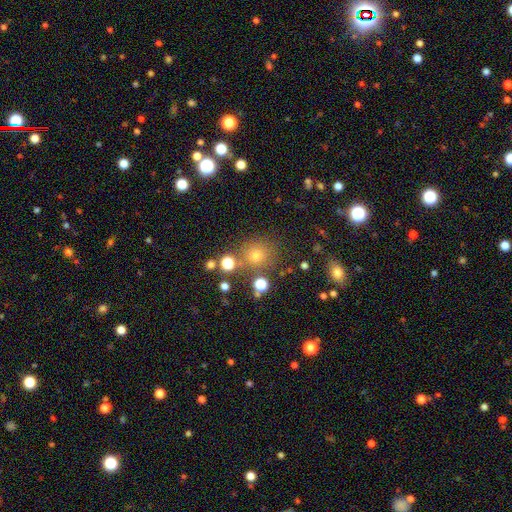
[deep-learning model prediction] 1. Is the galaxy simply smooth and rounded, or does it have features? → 67% smooth, 24% star or artifact, 10% featured or disk.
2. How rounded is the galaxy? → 86% round, 13% in between, 1% cigar-shaped.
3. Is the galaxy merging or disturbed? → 77% none, 10% minor disturbance, 9% merger, 4% major disturbance.